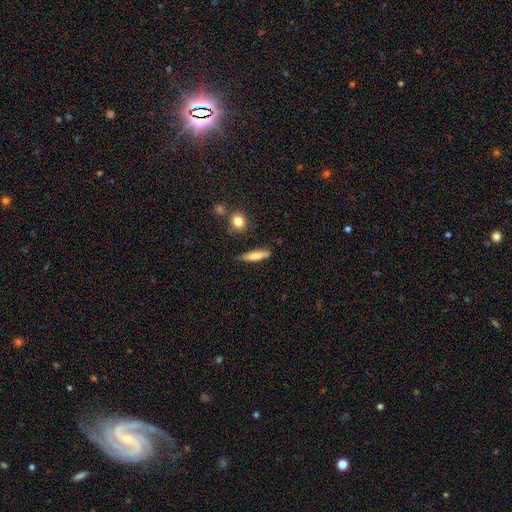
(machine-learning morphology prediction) Q: Smooth or featured?
A: smooth (74%); runner-up: featured or disk (20%)
Q: How rounded?
A: cigar-shaped (75%); runner-up: in between (23%)
Q: Merging?
A: none (76%); runner-up: minor disturbance (17%)